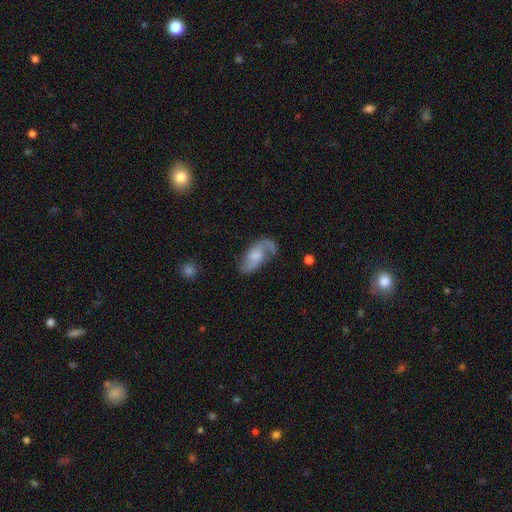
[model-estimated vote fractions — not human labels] smooth_or_featured: featured or disk (p=0.74) [alt: smooth p=0.19]
disk_edge_on: no (p=0.96) [alt: yes p=0.04]
bar: no (p=0.51) [alt: weak p=0.40]
has_spiral_arms: yes (p=0.93) [alt: no p=0.07]
spiral_winding: loose (p=0.55) [alt: medium p=0.35]
spiral_arm_count: 2 (p=0.75) [alt: 1 p=0.17]
bulge_size: small (p=0.37) [alt: moderate p=0.36]
merging: none (p=0.54) [alt: minor disturbance p=0.23]